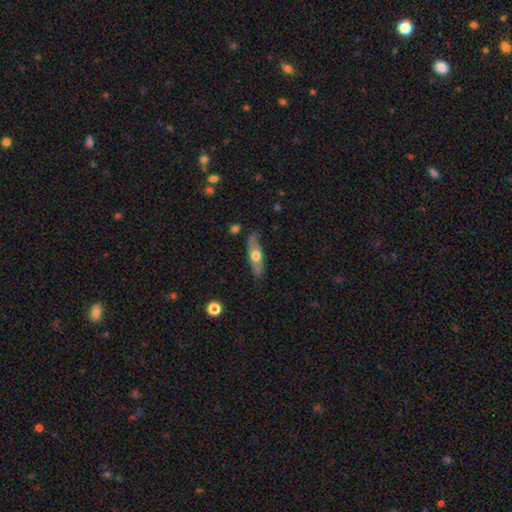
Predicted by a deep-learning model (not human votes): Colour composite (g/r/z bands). It shows a smooth galaxy with no disk features (50%). Merging: none (75%).